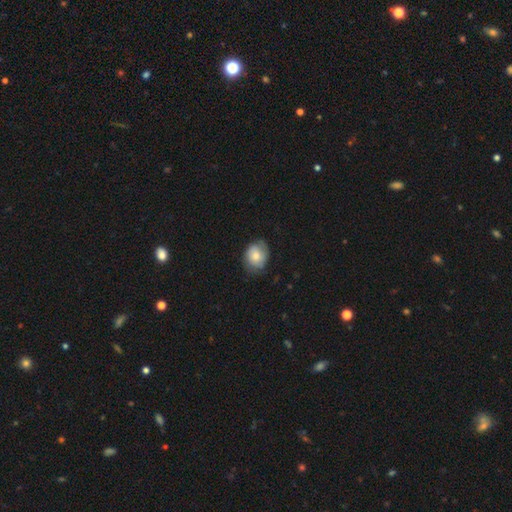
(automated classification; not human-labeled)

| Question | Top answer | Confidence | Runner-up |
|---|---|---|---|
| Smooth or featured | smooth | 65% | featured or disk (28%) |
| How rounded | round | 51% | in between (48%) |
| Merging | none | 66% | minor disturbance (26%) |